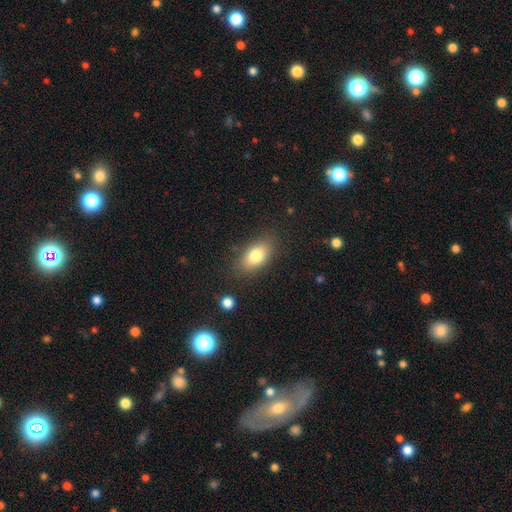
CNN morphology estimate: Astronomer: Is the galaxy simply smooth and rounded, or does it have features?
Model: smooth — 78%.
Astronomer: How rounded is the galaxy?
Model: in between — 88%.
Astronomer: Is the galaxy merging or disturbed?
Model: none — 82%.